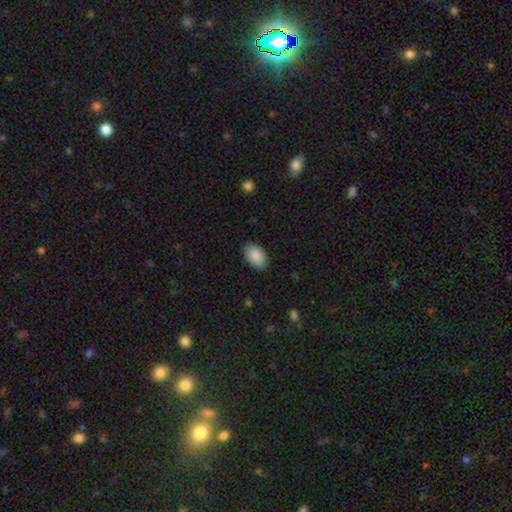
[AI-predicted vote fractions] Overall: smooth (89%). How rounded: in between (94%). Merging: none (86%).